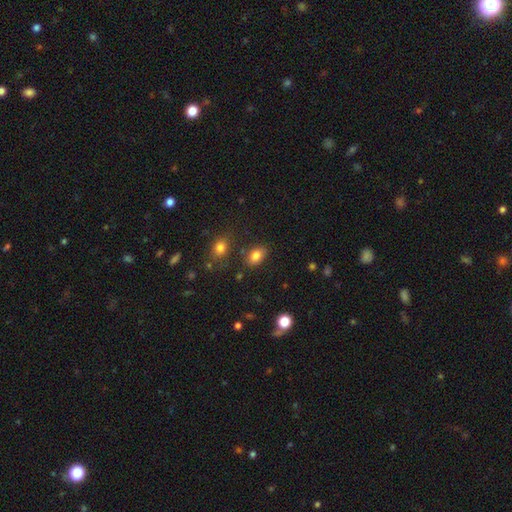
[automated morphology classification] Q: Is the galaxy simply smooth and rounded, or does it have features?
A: smooth — 82%.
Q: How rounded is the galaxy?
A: in between — 82%.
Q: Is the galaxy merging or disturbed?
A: none — 80%.